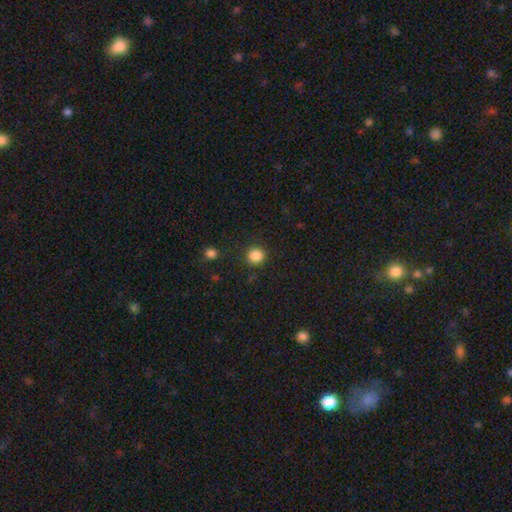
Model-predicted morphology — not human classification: This is clearly a smooth galaxy (86%). How rounded: clearly round (92%). Merging: clearly none (88%).